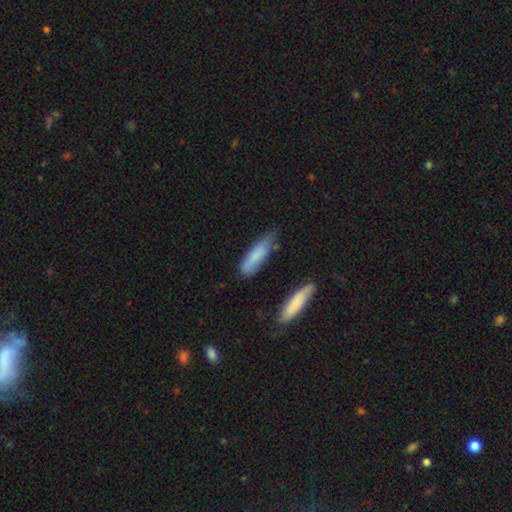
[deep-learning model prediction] smooth_or_featured: smooth (p=0.77) [alt: featured or disk p=0.17]
how_rounded: cigar-shaped (p=0.63) [alt: in between p=0.36]
merging: none (p=0.52) [alt: minor disturbance p=0.35]